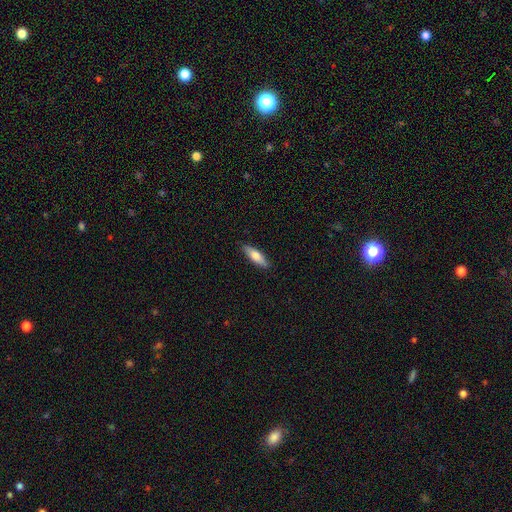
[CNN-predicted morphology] A smooth galaxy with no disk features (68%) that is cigar-shaped (56%).

Vote fractions:
- Smooth or featured? smooth: 68% / featured or disk: 26% / star or artifact: 6%
- How rounded? cigar-shaped: 56% / in between: 42% / round: 2%
- Merging? none: 88% / minor disturbance: 9% / major disturbance: 2% / merger: 1%